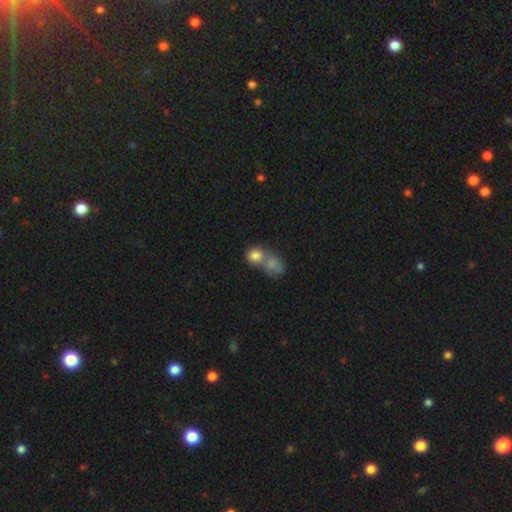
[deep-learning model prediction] smooth-or-featured: smooth: 82% | featured or disk: 9% | star or artifact: 9%
  how-rounded: round: 67% | in between: 32% | cigar-shaped: 1%
  merging: merger: 64% | none: 26% | minor disturbance: 6% | major disturbance: 3%